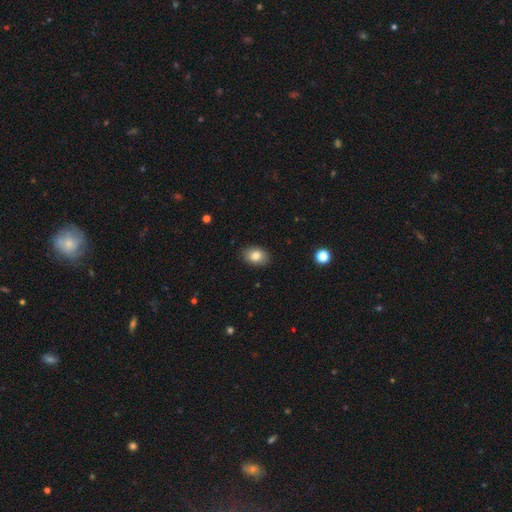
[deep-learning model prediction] Smooth or featured? Predicted: smooth (p=0.83). How rounded? Predicted: in between (p=0.80). Merging? Predicted: none (p=0.88).